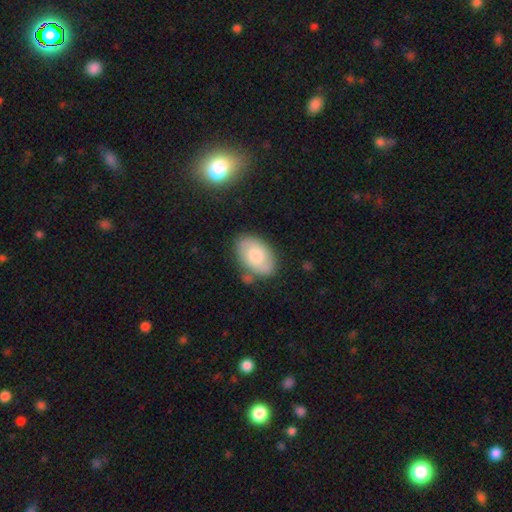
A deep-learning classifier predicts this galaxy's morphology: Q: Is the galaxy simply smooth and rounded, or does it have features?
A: smooth — 62%.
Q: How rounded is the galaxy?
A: in between — 91%.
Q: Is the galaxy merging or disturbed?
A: none — 75%.